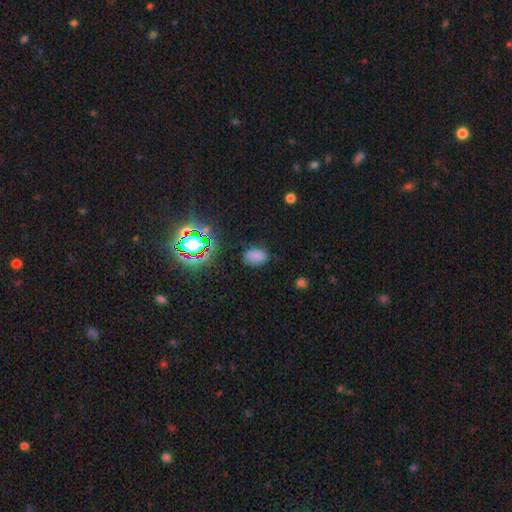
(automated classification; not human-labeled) Smooth or featured: smooth — 74% (star or artifact — 19%)
How rounded: in between — 87% (round — 11%)
Merging: none — 77% (minor disturbance — 16%)